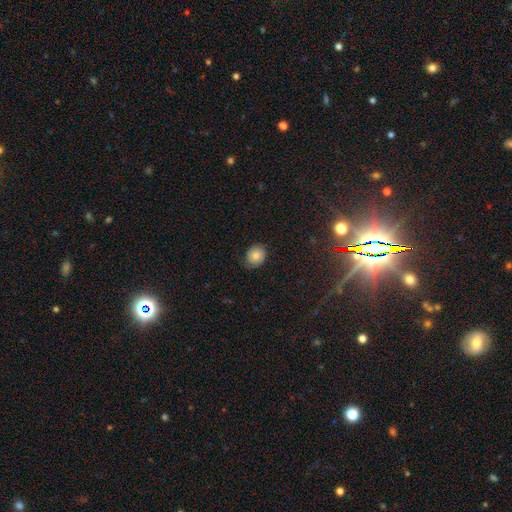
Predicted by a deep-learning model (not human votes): smooth-or-featured: smooth: 63% | featured or disk: 27% | star or artifact: 10%
  how-rounded: round: 64% | in between: 35% | cigar-shaped: 1%
  merging: none: 67% | minor disturbance: 24% | major disturbance: 8% | merger: 1%